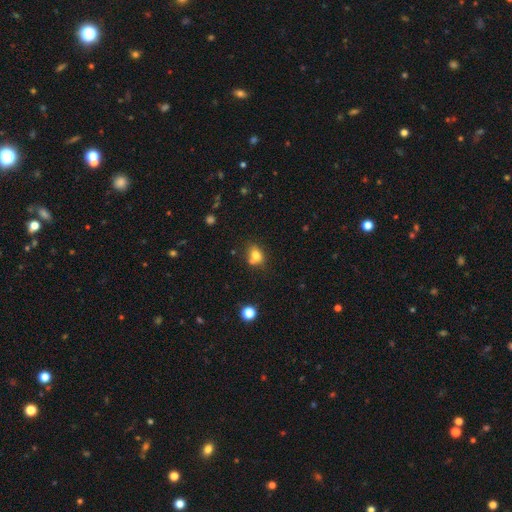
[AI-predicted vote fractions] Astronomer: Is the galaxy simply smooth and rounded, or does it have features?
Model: smooth — 77%.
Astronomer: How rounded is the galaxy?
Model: in between — 53% (runner-up: round, 46%).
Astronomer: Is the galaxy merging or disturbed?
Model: none — 54%.